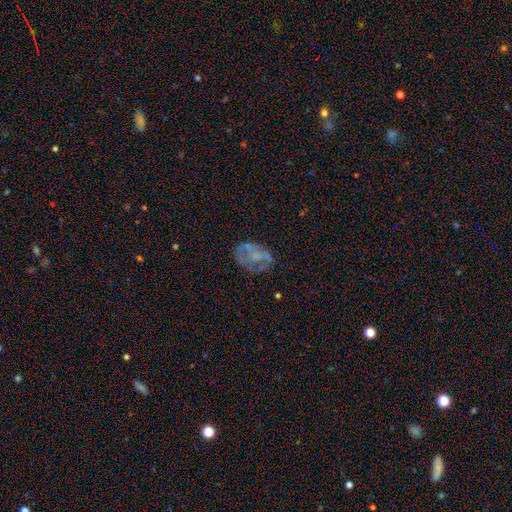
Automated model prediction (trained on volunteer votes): Morphology: type=featured or disk (54%); edge-on=no (97%); bar=no (83%); spiral arms=no (73%); bulge=none (48%); merging=none (53%).